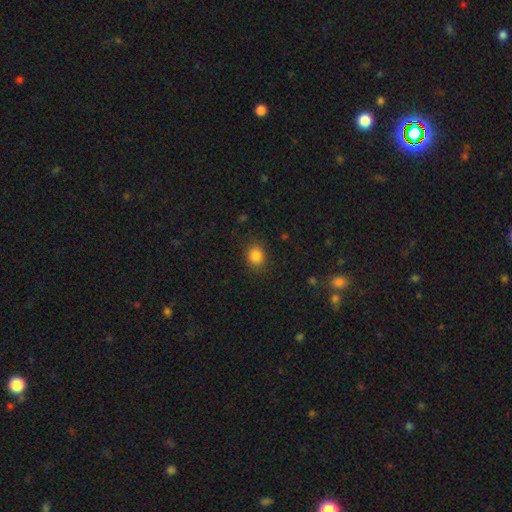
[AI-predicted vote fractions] The model was most divided on "how rounded": round: 65%, in between: 34%, cigar-shaped: 1%. More confident: merging — none (86%); smooth or featured — smooth (84%).